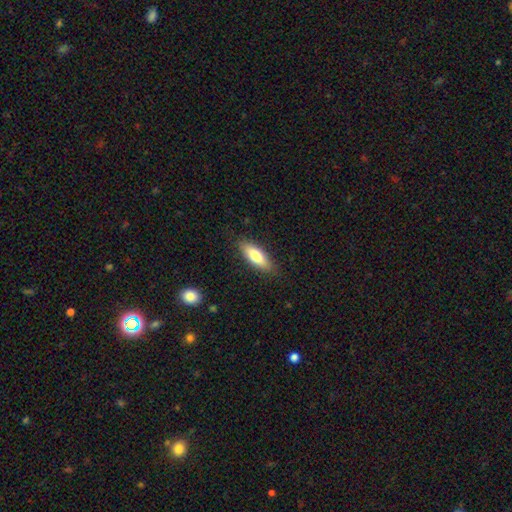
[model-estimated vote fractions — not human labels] Smooth or featured? Predicted: smooth (p=0.74). How rounded? Predicted: in between (p=0.62). Merging? Predicted: none (p=0.86).